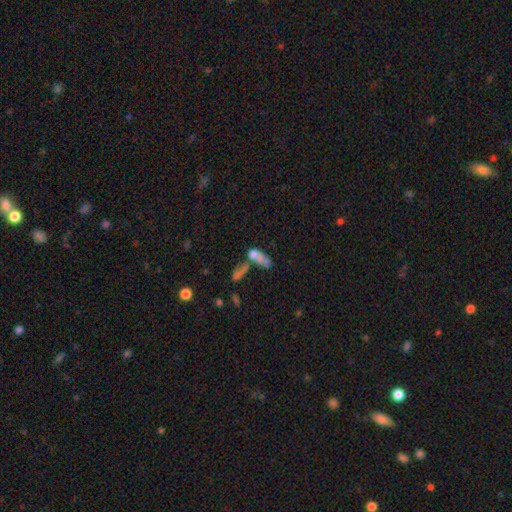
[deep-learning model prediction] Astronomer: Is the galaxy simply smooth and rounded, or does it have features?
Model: smooth — 56%.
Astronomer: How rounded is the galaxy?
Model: in between — 67%.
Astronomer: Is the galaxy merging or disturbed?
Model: merger — 59%.